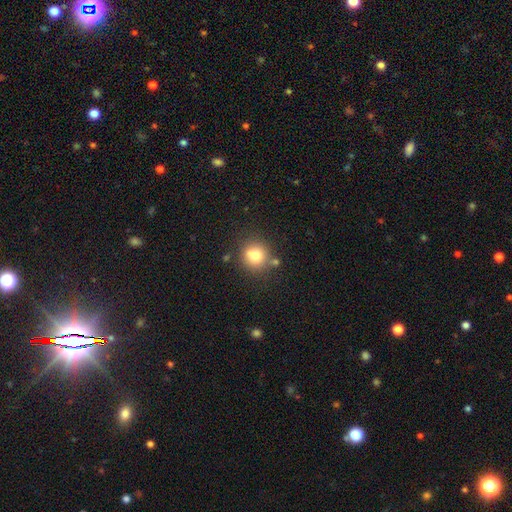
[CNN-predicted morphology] Smooth or featured? Predicted: smooth (p=0.72). How rounded? Predicted: round (p=0.87). Merging? Predicted: none (p=0.60).